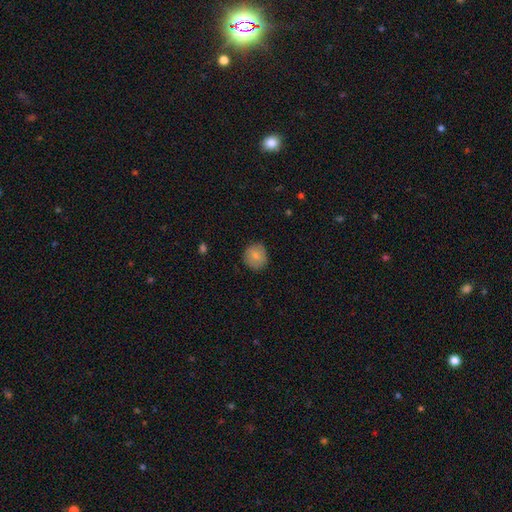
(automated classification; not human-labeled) A smooth galaxy with no disk features (79%) that is round (88%).

Vote fractions:
- Smooth or featured? smooth: 79% / featured or disk: 12% / star or artifact: 8%
- How rounded? round: 88% / in between: 11% / cigar-shaped: 1%
- Merging? none: 85% / minor disturbance: 12% / major disturbance: 3% / merger: 1%